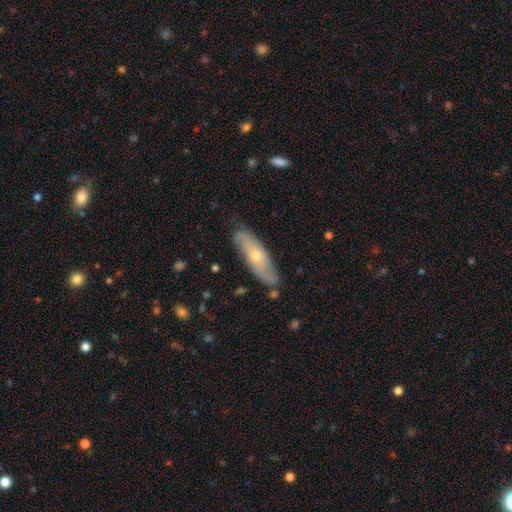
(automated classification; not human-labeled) Overall: featured or disk (56%; smooth 37%). Edge-on disk: no (64%; yes 36%). Merging: none (80%).